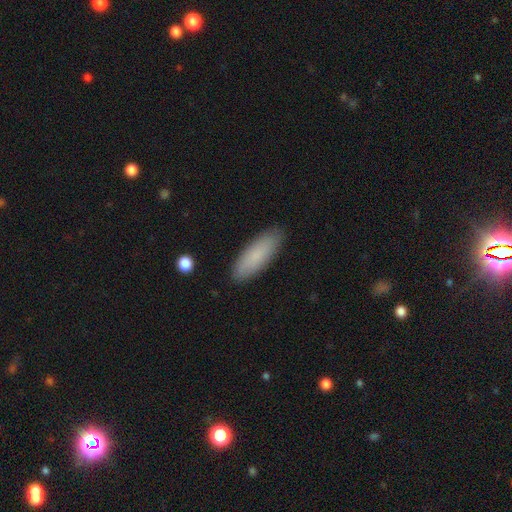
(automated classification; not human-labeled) smooth-or-featured: smooth: 84% | featured or disk: 10% | star or artifact: 6%
  how-rounded: in between: 59% | cigar-shaped: 39% | round: 2%
  merging: none: 88% | minor disturbance: 9% | major disturbance: 2% | merger: 1%